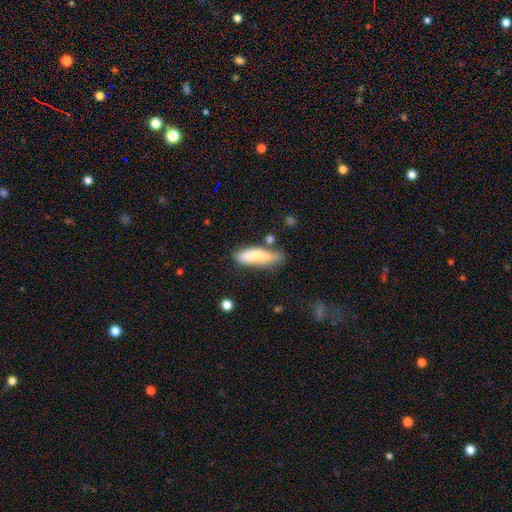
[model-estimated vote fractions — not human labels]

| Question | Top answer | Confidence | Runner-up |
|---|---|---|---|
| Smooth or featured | smooth | 74% | featured or disk (19%) |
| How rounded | cigar-shaped | 58% | in between (40%) |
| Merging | none | 55% | minor disturbance (25%) |